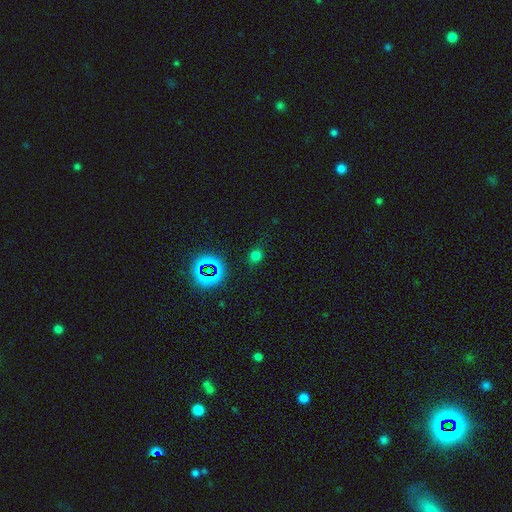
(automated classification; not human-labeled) The model was most divided on "smooth or featured": smooth: 64%, star or artifact: 30%, featured or disk: 6%. More confident: merging — none (83%); how rounded — round (71%).